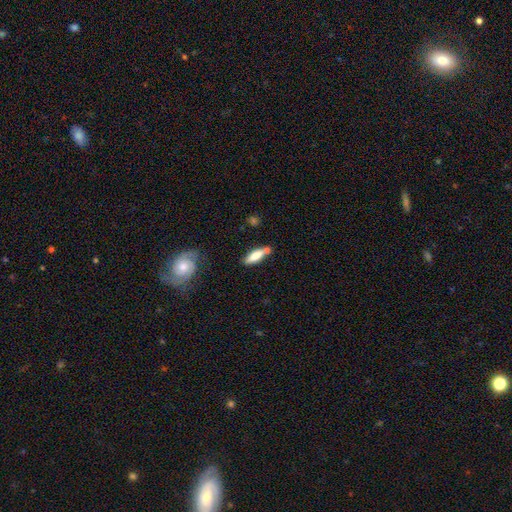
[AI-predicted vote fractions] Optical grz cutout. It shows a smooth galaxy with no disk features (71%) that is cigar-shaped (55%). Merging: none (63%).